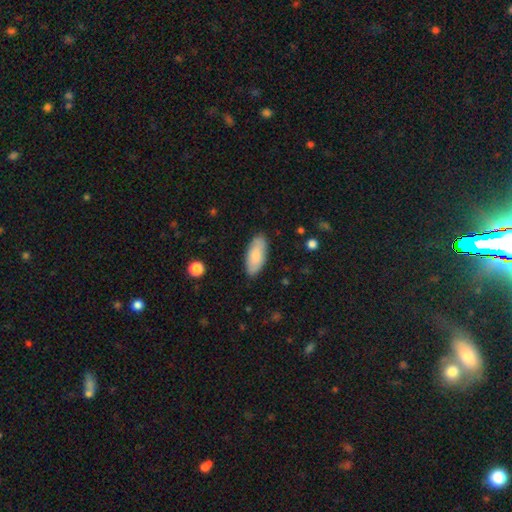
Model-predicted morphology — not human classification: Smooth or featured? smooth (80%)
How rounded? in between (87%)
Merging? none (85%)